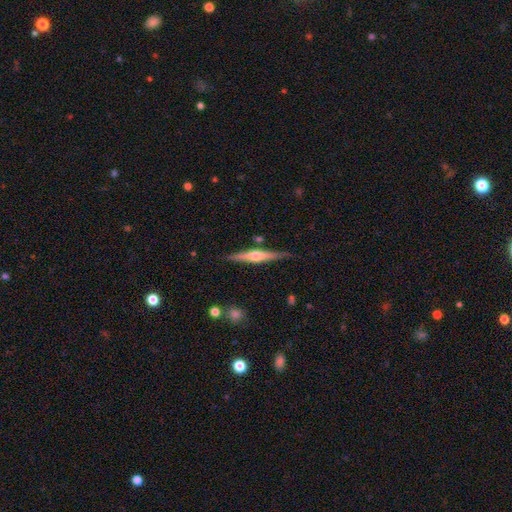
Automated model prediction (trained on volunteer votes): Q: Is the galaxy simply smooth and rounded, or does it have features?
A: featured or disk — 71%.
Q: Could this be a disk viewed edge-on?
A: yes — 97%.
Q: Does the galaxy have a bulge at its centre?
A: rounded — 86%.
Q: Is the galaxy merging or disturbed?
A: none — 84%.